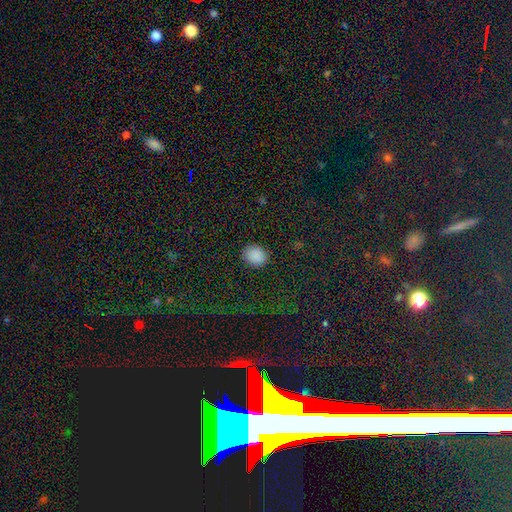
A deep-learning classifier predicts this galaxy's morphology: This is clearly a smooth galaxy (88%). How rounded: possibly round (55%). Merging: clearly none (88%).